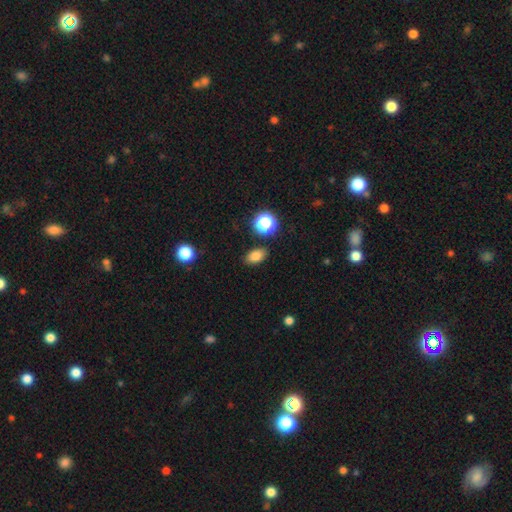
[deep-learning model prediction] Smooth or featured?
  - smooth: 81% *
  - star or artifact: 13%
  - featured or disk: 6%
How rounded?
  - in between: 83% *
  - round: 15%
  - cigar-shaped: 2%
Merging?
  - none: 85% *
  - minor disturbance: 10%
  - merger: 3%
  - major disturbance: 3%